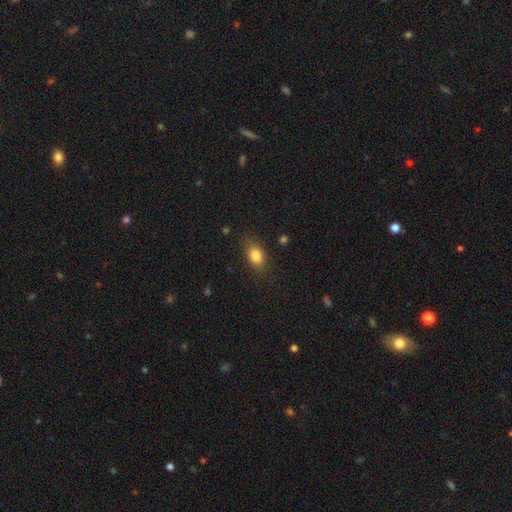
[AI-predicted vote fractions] A smooth galaxy with no disk features (83%) that is in between round and cigar-shaped (81%).

Vote fractions:
- Smooth or featured? smooth: 83% / star or artifact: 9% / featured or disk: 8%
- How rounded? in between: 81% / round: 15% / cigar-shaped: 4%
- Merging? none: 80% / minor disturbance: 14% / major disturbance: 4% / merger: 1%